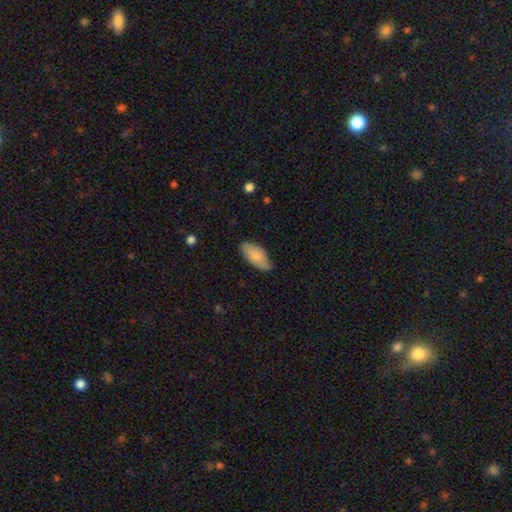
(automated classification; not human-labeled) Smooth or featured?
  - smooth: 80% *
  - featured or disk: 14%
  - star or artifact: 6%
How rounded?
  - in between: 93% *
  - cigar-shaped: 5%
  - round: 2%
Merging?
  - none: 73% *
  - minor disturbance: 23%
  - major disturbance: 3%
  - merger: 1%